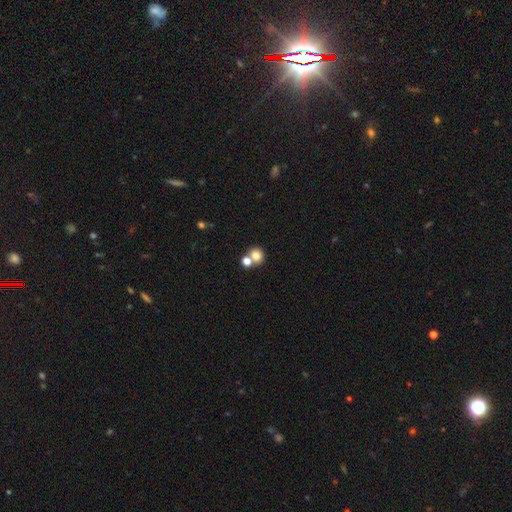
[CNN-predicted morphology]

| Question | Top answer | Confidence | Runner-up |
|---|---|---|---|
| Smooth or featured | smooth | 78% | star or artifact (12%) |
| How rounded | round | 81% | in between (18%) |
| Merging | none | 50% | merger (40%) |